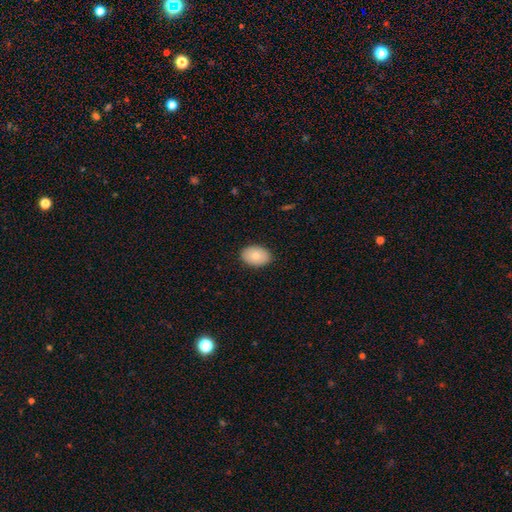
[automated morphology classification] A smooth galaxy with no disk features (83%) that is in between round and cigar-shaped (84%).

Vote fractions:
- Smooth or featured? smooth: 83% / featured or disk: 10% / star or artifact: 7%
- How rounded? in between: 84% / round: 15% / cigar-shaped: 1%
- Merging? none: 89% / minor disturbance: 9% / major disturbance: 2% / merger: 1%